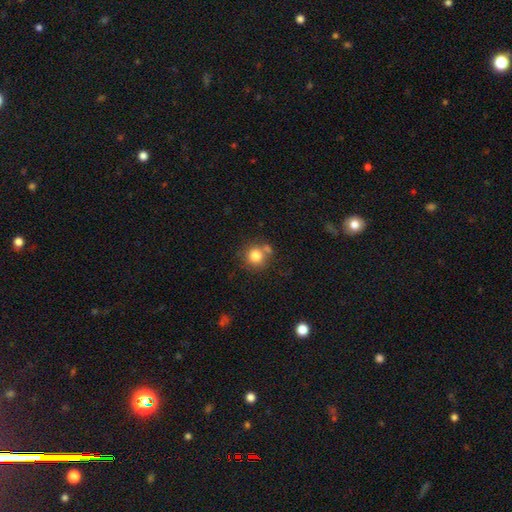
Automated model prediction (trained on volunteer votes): Smooth or featured? Predicted: smooth (p=0.81). How rounded? Predicted: round (p=0.91). Merging? Predicted: none (p=0.67).